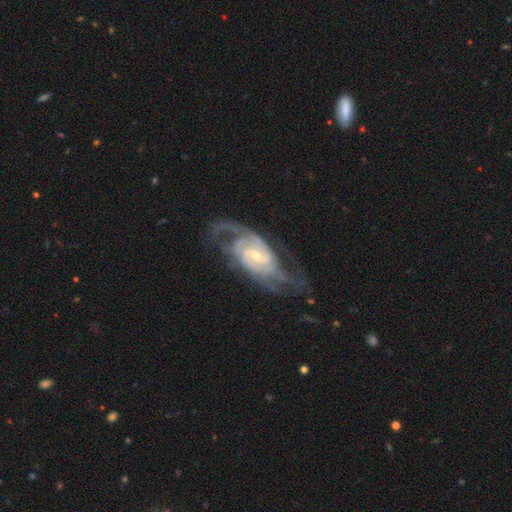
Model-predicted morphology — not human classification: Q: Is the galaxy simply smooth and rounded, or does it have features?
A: featured or disk — 91%.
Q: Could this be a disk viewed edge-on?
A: no — 96%.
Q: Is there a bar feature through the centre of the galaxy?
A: weak — 52%.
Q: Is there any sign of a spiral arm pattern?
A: yes — 98%.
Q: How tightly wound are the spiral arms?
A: tight — 45%.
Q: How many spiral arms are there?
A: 2 — 53%.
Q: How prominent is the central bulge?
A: small — 54%.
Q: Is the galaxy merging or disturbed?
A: none — 66%.